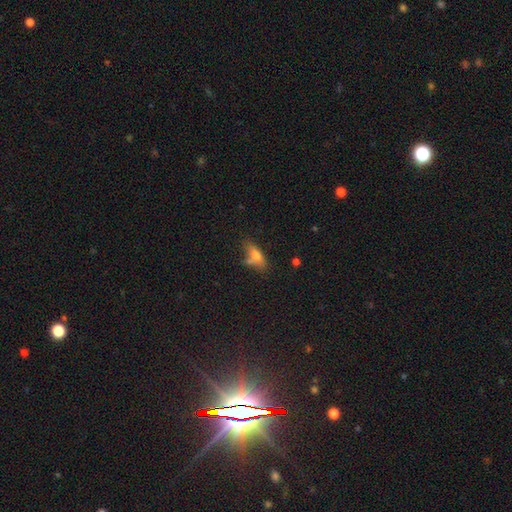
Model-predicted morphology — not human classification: Q: Smooth or featured?
A: smooth (68%); runner-up: featured or disk (22%)
Q: How rounded?
A: in between (64%); runner-up: cigar-shaped (32%)
Q: Merging?
A: none (50%); runner-up: minor disturbance (22%)